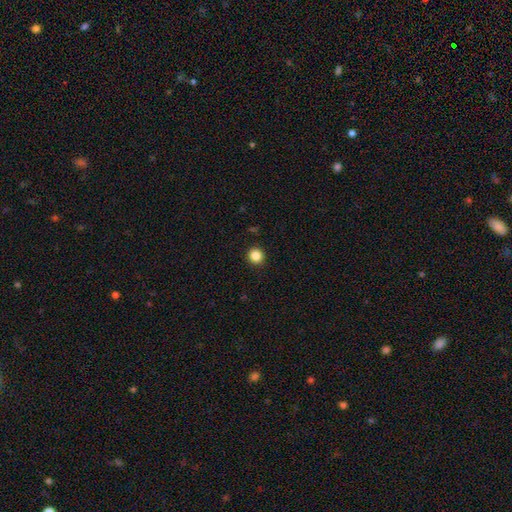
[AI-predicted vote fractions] Smooth or featured: smooth — 86% (star or artifact — 11%)
How rounded: round — 92% (in between — 7%)
Merging: none — 92% (minor disturbance — 5%)